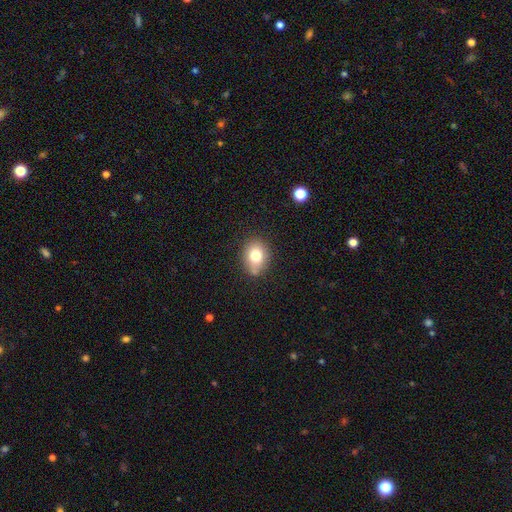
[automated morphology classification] Overall: smooth (77%). How rounded: in between (61%; round 38%). Merging: none (74%).